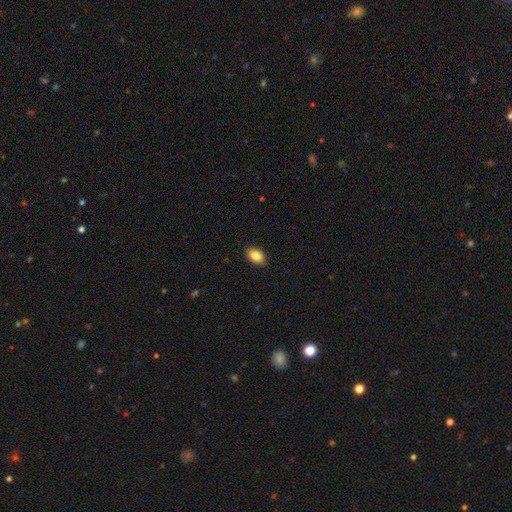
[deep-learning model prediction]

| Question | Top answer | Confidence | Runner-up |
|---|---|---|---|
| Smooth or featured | smooth | 87% | star or artifact (7%) |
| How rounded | in between | 90% | round (9%) |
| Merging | none | 87% | minor disturbance (10%) |